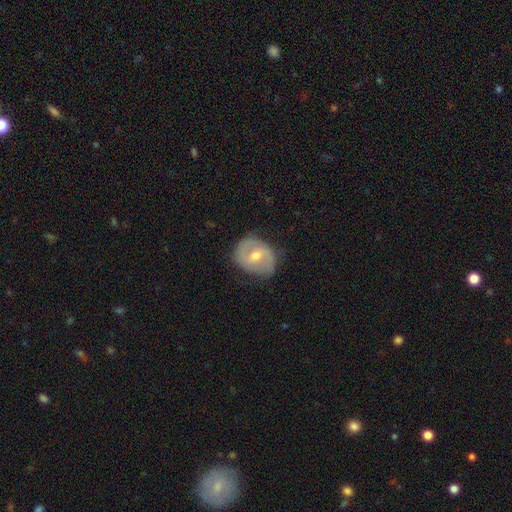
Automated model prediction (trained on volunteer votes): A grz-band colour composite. It shows a featured or disk galaxy (67%) with a weak bar (53%), 2 (80%) medium (45%) spiral arms (78%) and a moderate central bulge (64%). Merging: none (73%).